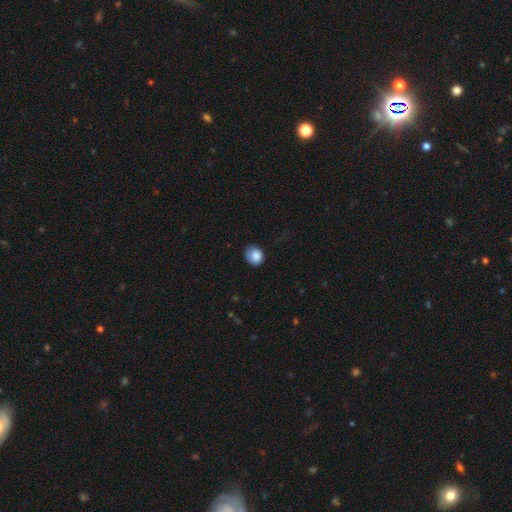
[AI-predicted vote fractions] Overall: smooth (85%). How rounded: round (62%; in between 37%). Merging: none (65%; minor disturbance 28%).